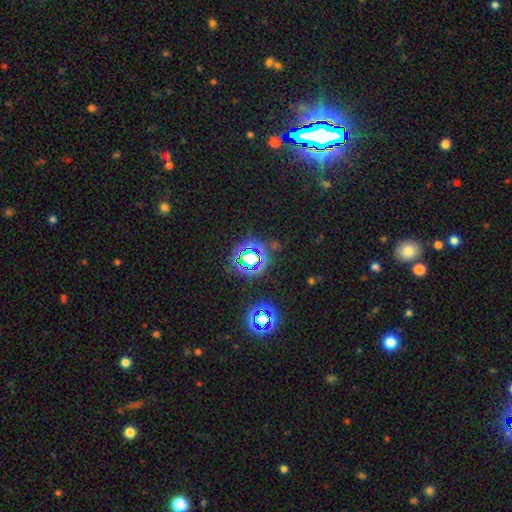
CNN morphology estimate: type=star or artifact (79%).